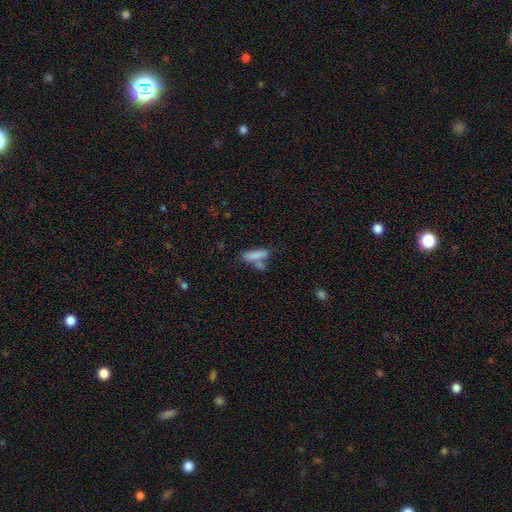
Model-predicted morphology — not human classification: The model was most divided on "how rounded": cigar-shaped: 59%, in between: 38%, round: 3%. More confident: smooth or featured — smooth (81%); merging — none (51%).